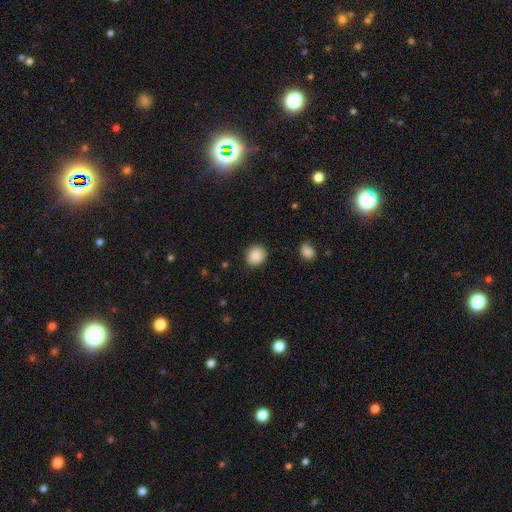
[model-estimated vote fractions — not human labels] Overall: smooth (84%). How rounded: round (67%; in between 32%). Merging: none (85%).